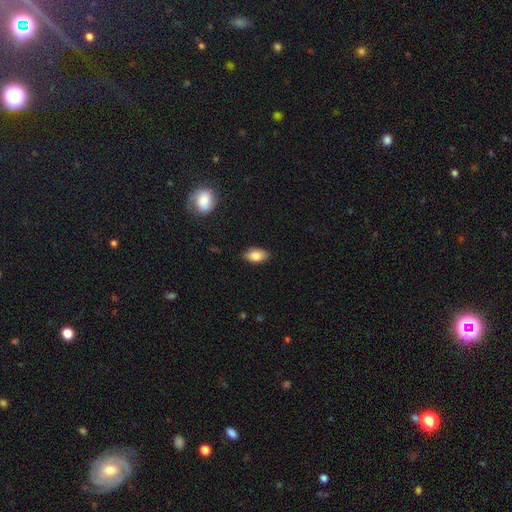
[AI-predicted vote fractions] smooth 82%, featured or disk 10%, star or artifact 8%. Down the decision tree: how rounded — in between (91%); merging — none (84%).